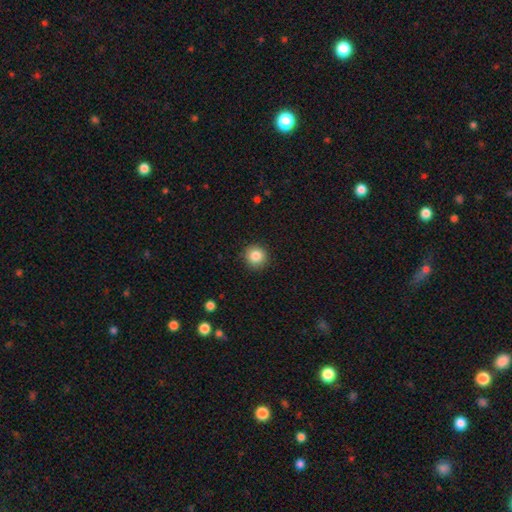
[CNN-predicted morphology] A smooth galaxy with no disk features (85%) that is round (93%). Merging: none (90%).